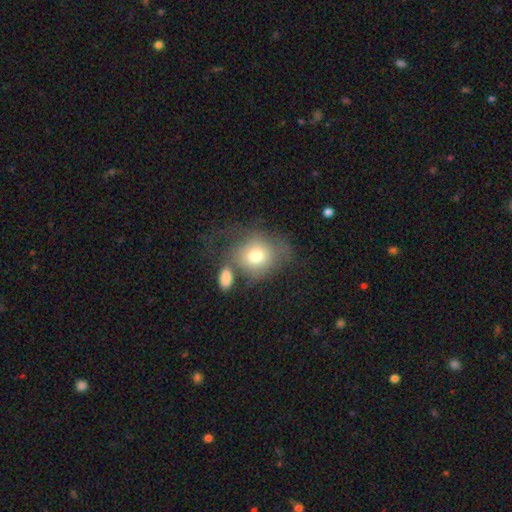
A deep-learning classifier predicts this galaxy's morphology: The model was most divided on "merging": none: 35%, merger: 23%, major disturbance: 23%, minor disturbance: 18%. More confident: smooth or featured — smooth (69%); how rounded — round (68%).